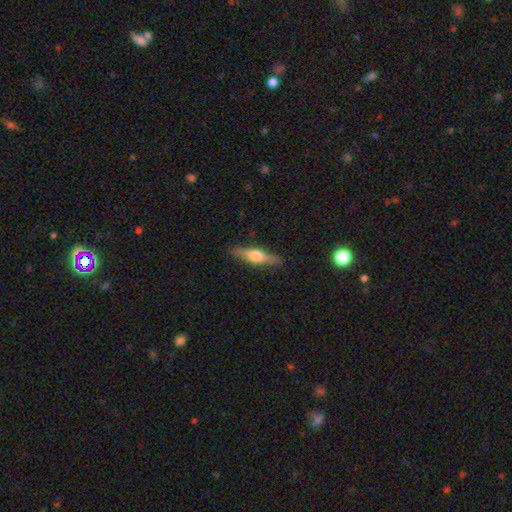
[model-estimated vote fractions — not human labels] A featured or disk galaxy (55%) viewed edge-on (95%) with a rounded central bulge (90%). Merging: none (88%).